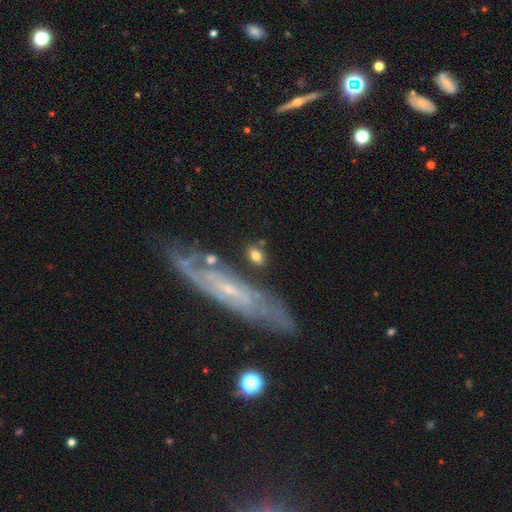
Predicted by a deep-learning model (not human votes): Smooth or featured: smooth — 74% (featured or disk — 19%)
How rounded: in between — 72% (round — 20%)
Merging: none — 74% (minor disturbance — 13%)